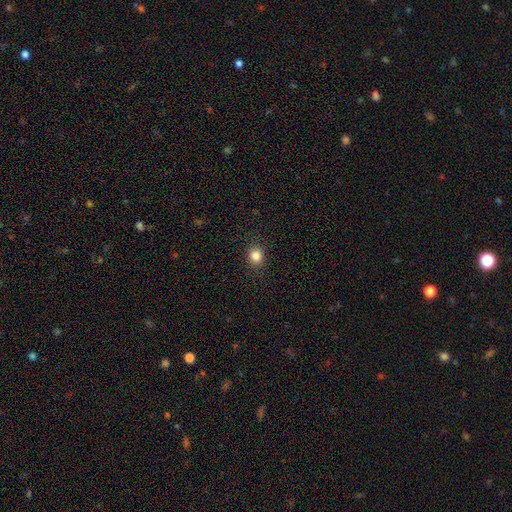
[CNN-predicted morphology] A smooth galaxy with no disk features (84%) that is round (76%). Merging: none (90%).